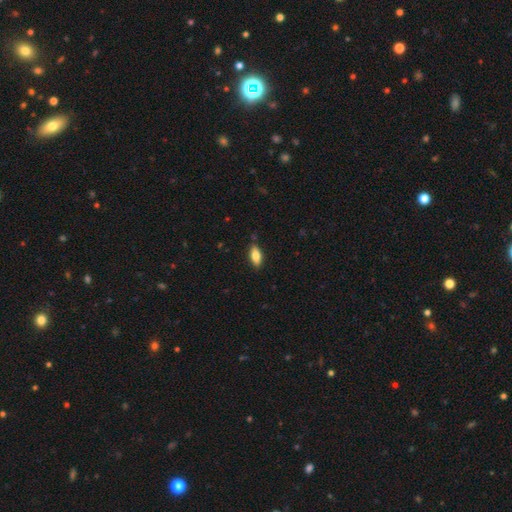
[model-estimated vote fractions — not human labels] This is likely a smooth galaxy (79%). How rounded: clearly in between (82%). Merging: clearly none (85%).